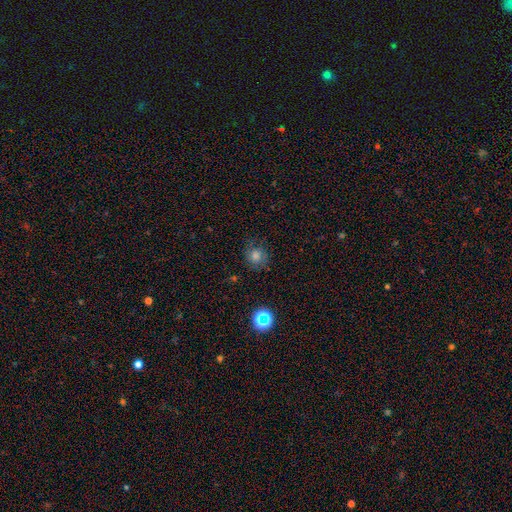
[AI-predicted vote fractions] Morphology: type=smooth (69%); roundness=round (87%); merging=none (76%).